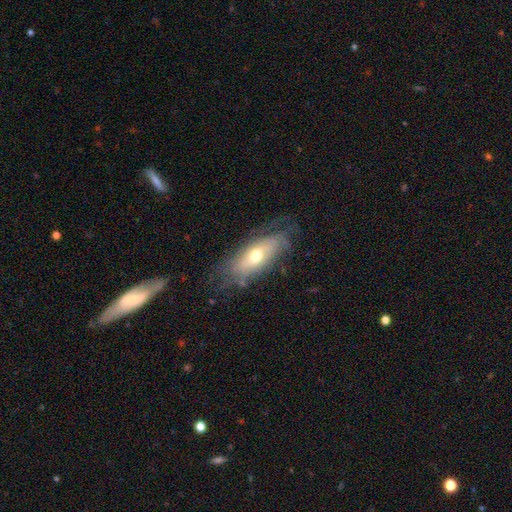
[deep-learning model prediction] featured or disk 52%, smooth 40%, star or artifact 8%. Down the decision tree: edge-on disk — no (72%); merging — none (64%).